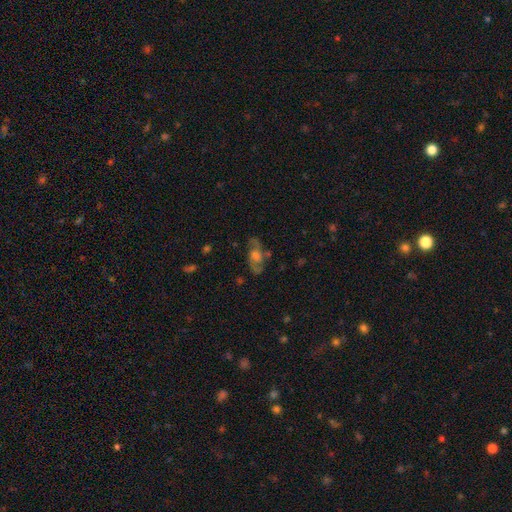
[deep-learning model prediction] Q: Smooth or featured?
A: featured or disk (67%); runner-up: smooth (22%)
Q: Edge-on disk?
A: no (88%); runner-up: yes (12%)
Q: Bar?
A: no (67%); runner-up: weak (27%)
Q: Spiral arms?
A: yes (79%); runner-up: no (21%)
Q: Bulge size?
A: moderate (41%); runner-up: large (33%)
Q: Merging?
A: none (73%); runner-up: minor disturbance (15%)